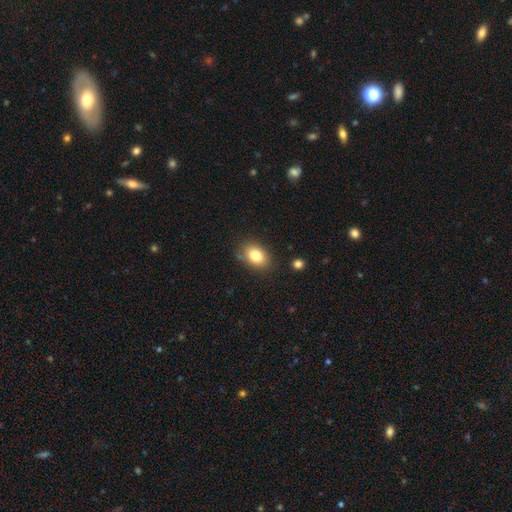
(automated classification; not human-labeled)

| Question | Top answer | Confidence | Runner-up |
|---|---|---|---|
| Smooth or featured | smooth | 80% | featured or disk (11%) |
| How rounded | in between | 75% | round (24%) |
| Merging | none | 81% | minor disturbance (13%) |